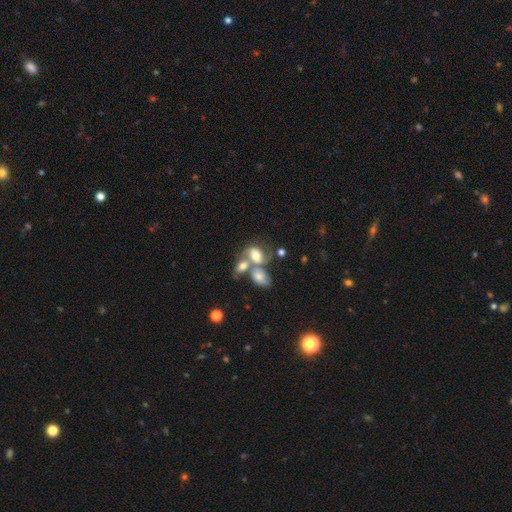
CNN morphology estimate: A smooth galaxy with no disk features (52%) that is in between round and cigar-shaped (77%). Merging: merger (65%).